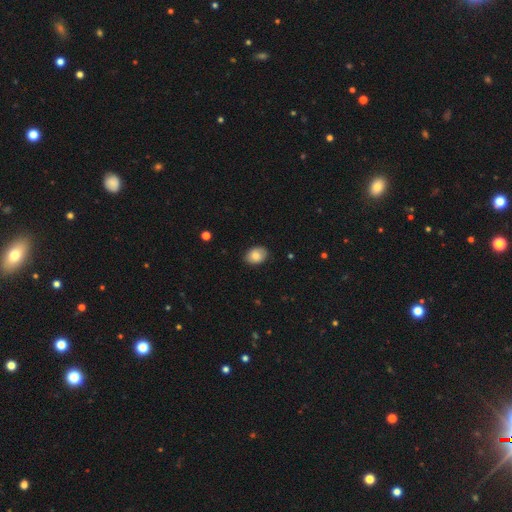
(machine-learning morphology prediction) A smooth galaxy with no disk features (80%) that is in between round and cigar-shaped (73%). Merging: none (83%).